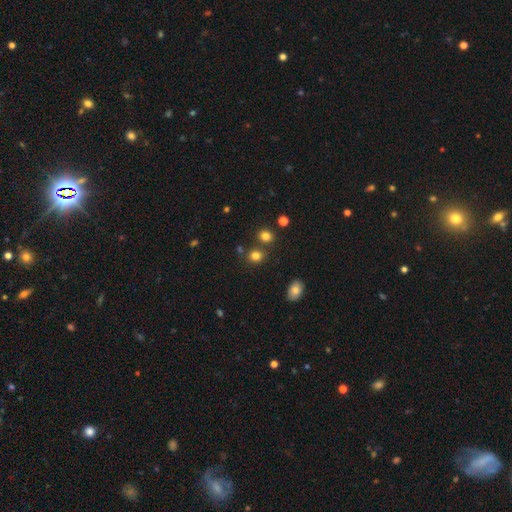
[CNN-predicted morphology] Smooth or featured?
  - smooth: 81% *
  - star or artifact: 13%
  - featured or disk: 5%
How rounded?
  - round: 72% *
  - in between: 27%
  - cigar-shaped: 1%
Merging?
  - none: 75% *
  - merger: 12%
  - minor disturbance: 9%
  - major disturbance: 3%